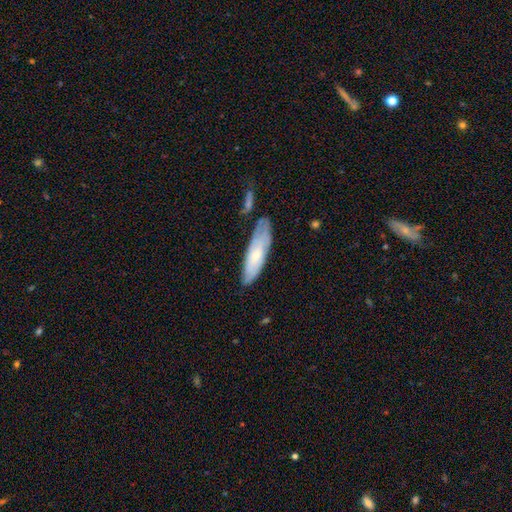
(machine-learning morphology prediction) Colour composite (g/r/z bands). It shows a smooth galaxy with no disk features (51%) that is cigar-shaped (52%). Merging: none (60%).